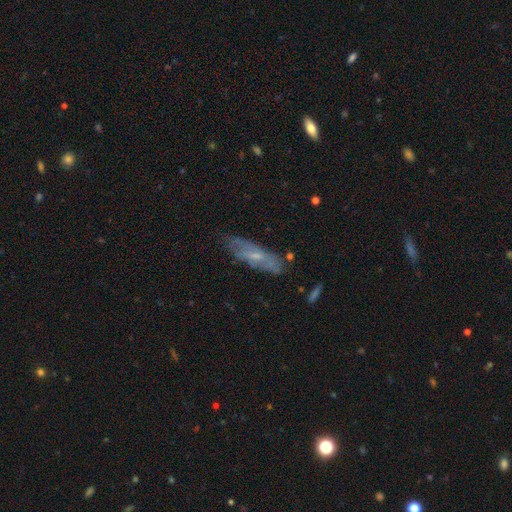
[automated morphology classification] Smooth or featured: featured or disk — 55% (smooth — 37%)
Edge-on disk: no — 68% (yes — 32%)
Merging: none — 72% (minor disturbance — 20%)